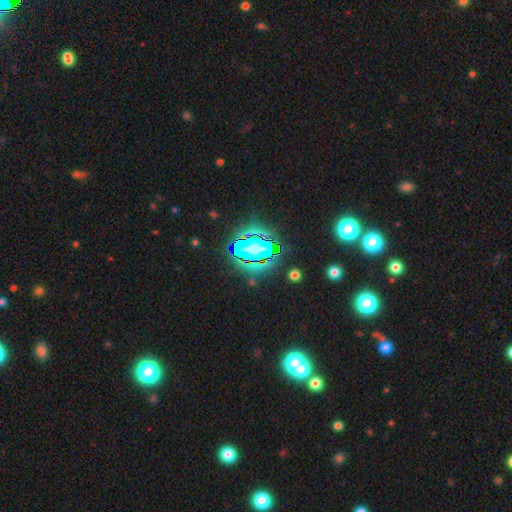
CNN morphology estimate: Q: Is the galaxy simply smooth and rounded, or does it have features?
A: star or artifact — 81%.